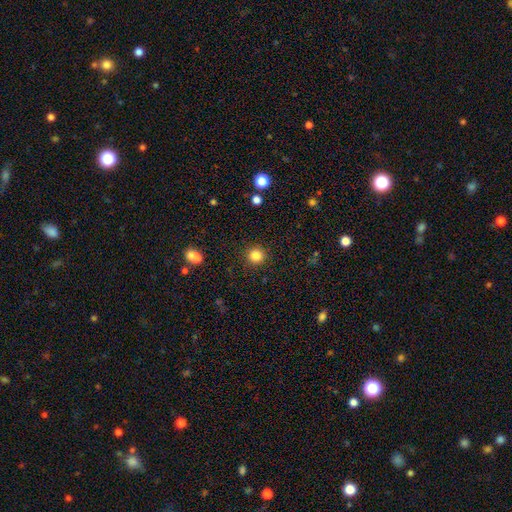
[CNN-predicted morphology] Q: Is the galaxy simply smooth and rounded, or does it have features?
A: smooth — 84%.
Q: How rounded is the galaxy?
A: round — 93%.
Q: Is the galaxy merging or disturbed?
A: none — 91%.